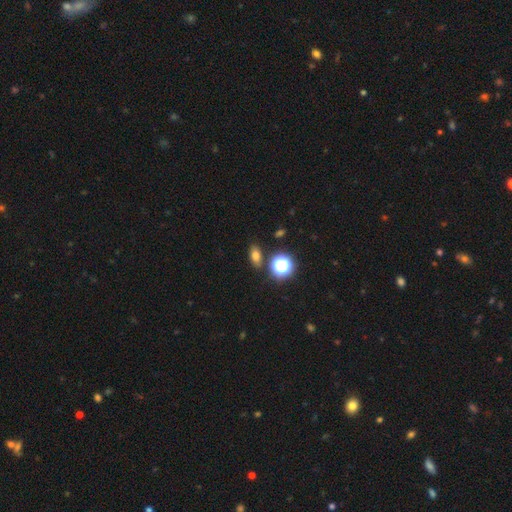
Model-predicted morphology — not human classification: smooth-or-featured: smooth: 70% | star or artifact: 20% | featured or disk: 10%
  how-rounded: in between: 75% | round: 20% | cigar-shaped: 6%
  merging: none: 83% | minor disturbance: 10% | merger: 4% | major disturbance: 3%